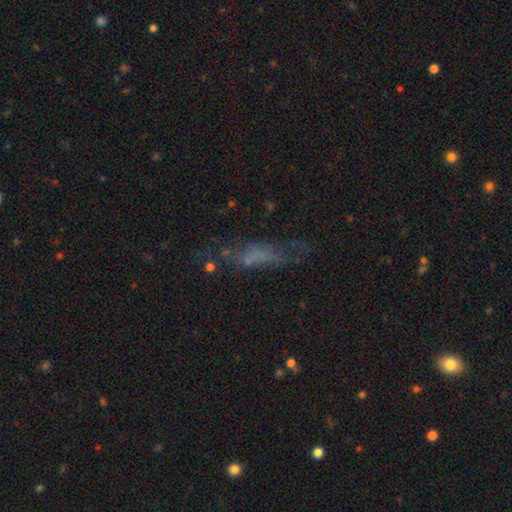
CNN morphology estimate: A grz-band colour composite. It shows a smooth galaxy with no disk features (44%). Merging: none (41%).